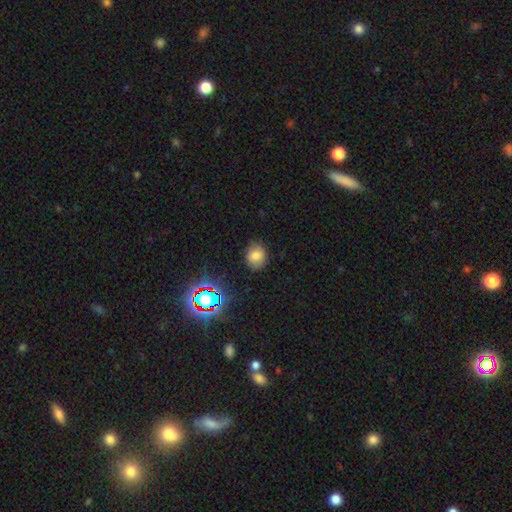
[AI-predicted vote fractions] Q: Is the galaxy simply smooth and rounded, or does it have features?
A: smooth — 74%.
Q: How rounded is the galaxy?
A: round — 57%.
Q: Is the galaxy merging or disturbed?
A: none — 84%.